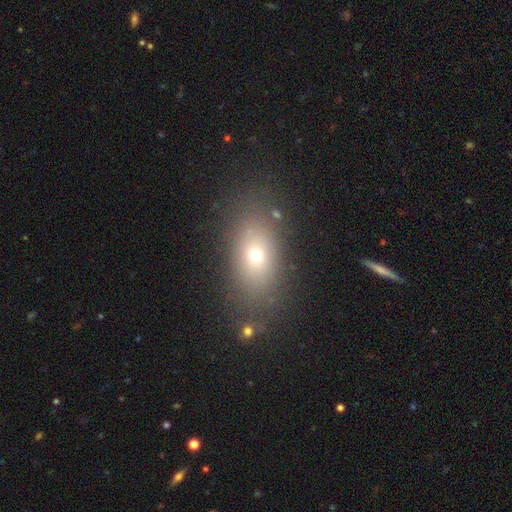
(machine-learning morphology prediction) Smooth or featured? smooth (67%)
How rounded? in between (79%)
Merging? none (81%)